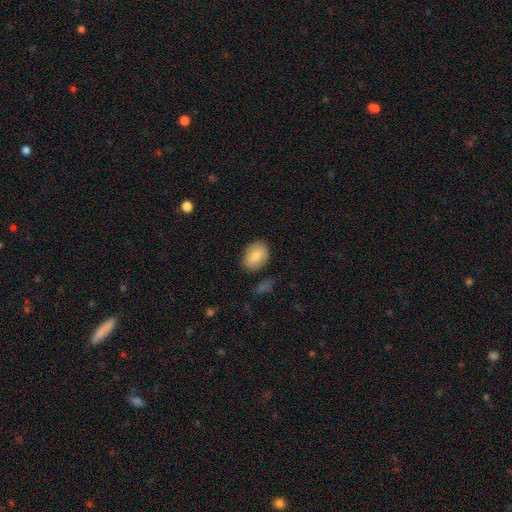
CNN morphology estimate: A smooth galaxy with no disk features (82%) that is in between round and cigar-shaped (74%). Merging: none (81%).